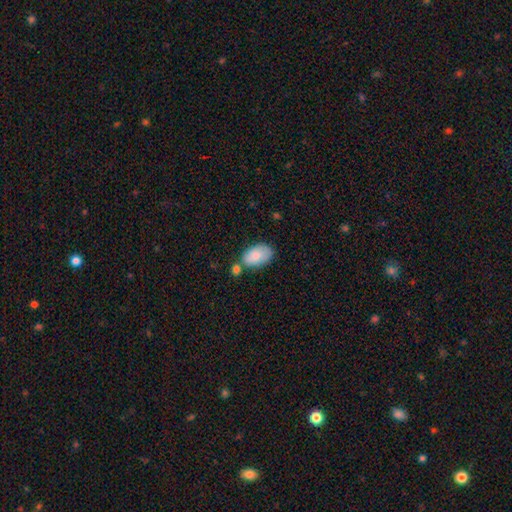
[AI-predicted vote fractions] Q: Smooth or featured?
A: smooth (82%); runner-up: featured or disk (12%)
Q: How rounded?
A: in between (93%); runner-up: round (6%)
Q: Merging?
A: none (59%); runner-up: minor disturbance (22%)